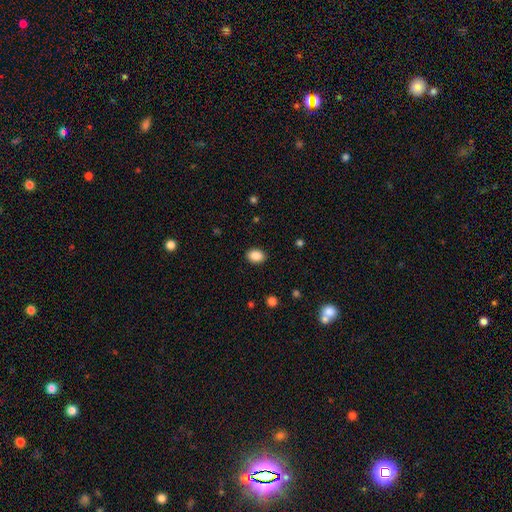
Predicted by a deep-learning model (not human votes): Smooth or featured? smooth (88%)
How rounded? in between (72%)
Merging? none (89%)